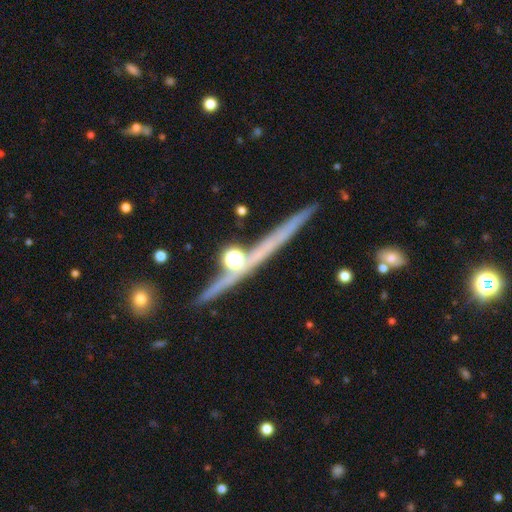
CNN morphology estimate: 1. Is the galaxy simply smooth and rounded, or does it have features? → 79% featured or disk, 12% smooth, 8% star or artifact.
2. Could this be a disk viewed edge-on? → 98% yes, 2% no.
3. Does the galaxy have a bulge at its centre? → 62% rounded, 29% none, 9% boxy.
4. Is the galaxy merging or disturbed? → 86% none, 8% minor disturbance, 4% merger, 2% major disturbance.